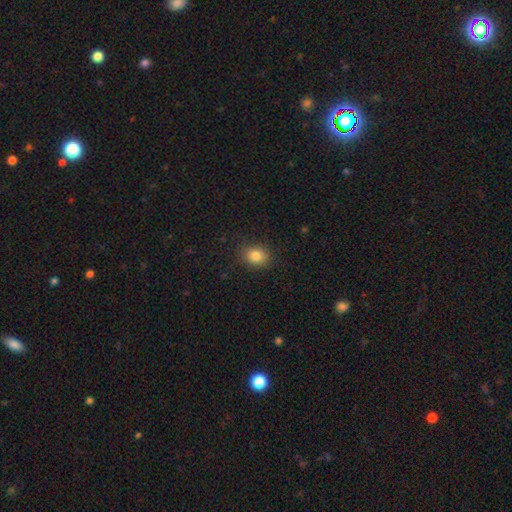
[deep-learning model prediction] smooth-or-featured: smooth: 83% | star or artifact: 11% | featured or disk: 6%
  how-rounded: round: 51% | in between: 48% | cigar-shaped: 1%
  merging: none: 86% | minor disturbance: 10% | major disturbance: 3% | merger: 1%